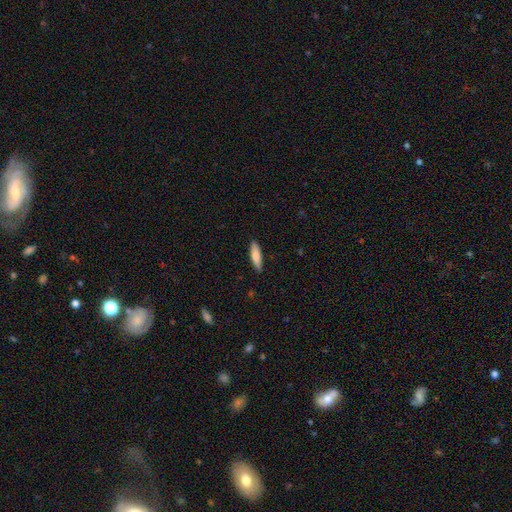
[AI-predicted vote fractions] Overall: smooth (81%). How rounded: cigar-shaped (65%; in between 34%). Merging: none (89%).